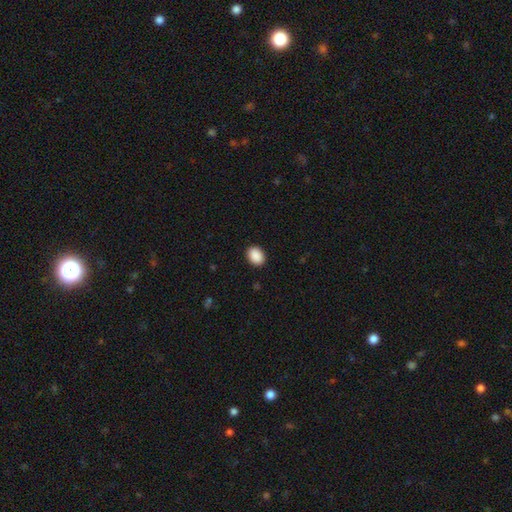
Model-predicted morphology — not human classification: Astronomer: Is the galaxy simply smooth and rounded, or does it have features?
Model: smooth — 90%.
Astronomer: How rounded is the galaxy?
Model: in between — 66%.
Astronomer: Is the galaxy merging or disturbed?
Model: none — 90%.